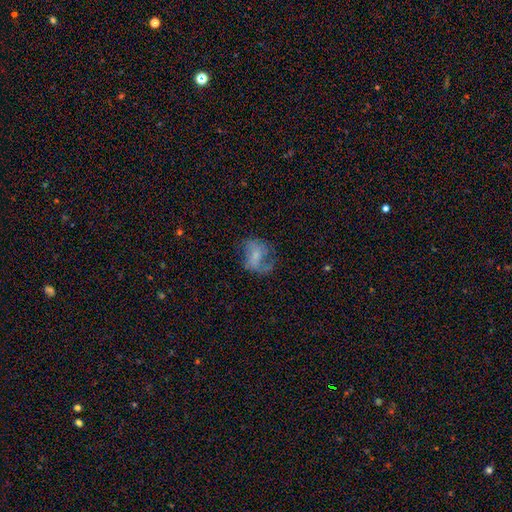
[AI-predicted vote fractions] This is possibly a featured or disk galaxy (51%). It is clearly not viewed edge-on (97%). Merging: possibly none (45%).